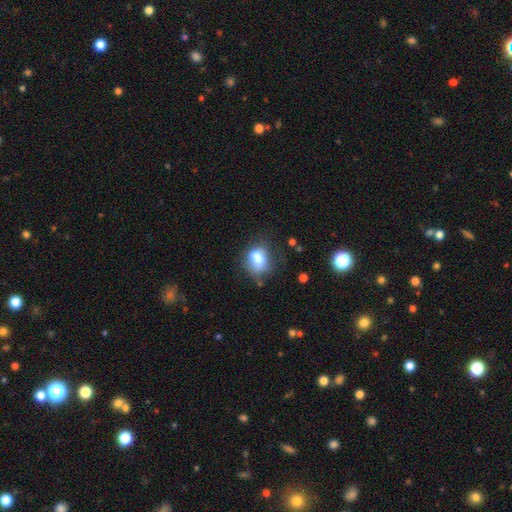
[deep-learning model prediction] Morphology: type=smooth (78%); roundness=in between (61%); merging=none (54%).